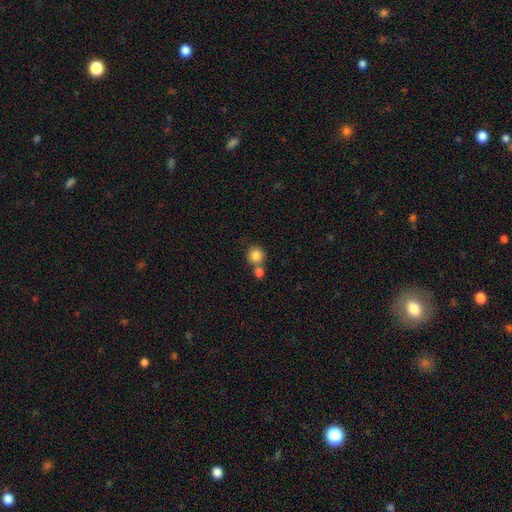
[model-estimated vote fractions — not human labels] smooth_or_featured: smooth (p=0.84) [alt: star or artifact p=0.09]
how_rounded: round (p=0.91) [alt: in between p=0.08]
merging: none (p=0.58) [alt: merger p=0.32]